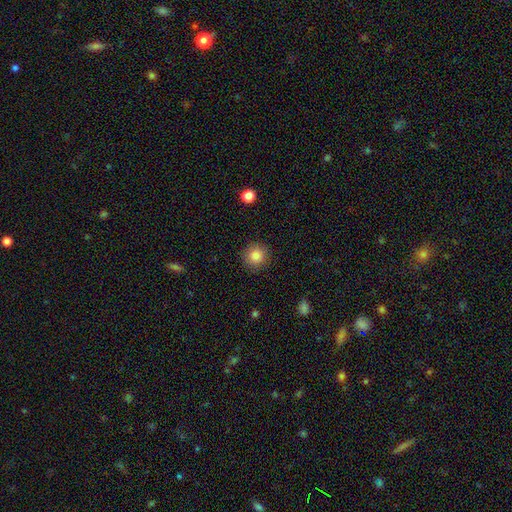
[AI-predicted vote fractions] Smooth or featured? smooth (85%)
How rounded? round (94%)
Merging? none (90%)